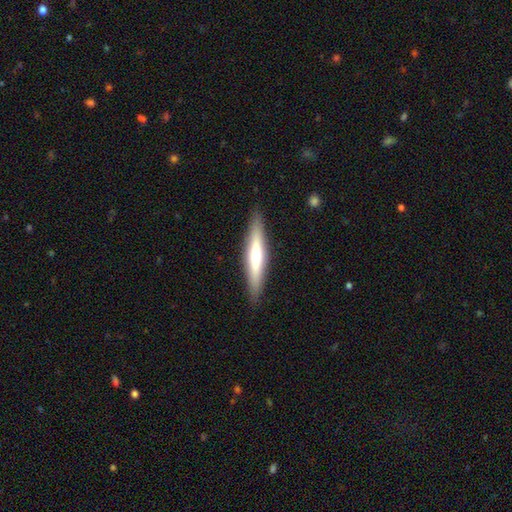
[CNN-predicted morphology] smooth_or_featured: smooth (p=0.48) [alt: featured or disk p=0.47]
merging: none (p=0.90) [alt: minor disturbance p=0.08]